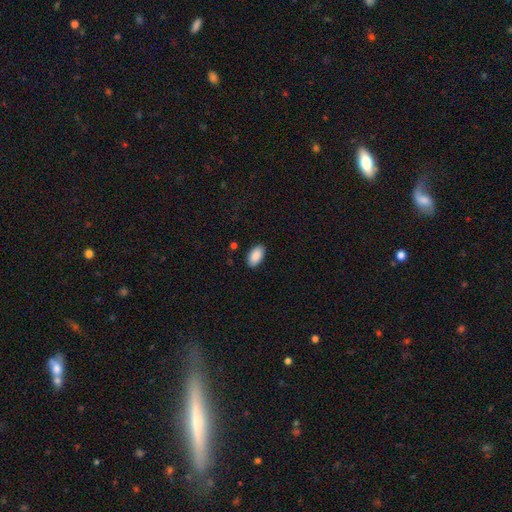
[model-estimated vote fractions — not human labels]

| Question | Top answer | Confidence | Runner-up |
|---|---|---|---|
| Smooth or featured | smooth | 89% | star or artifact (6%) |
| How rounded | in between | 95% | round (3%) |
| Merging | none | 88% | minor disturbance (9%) |